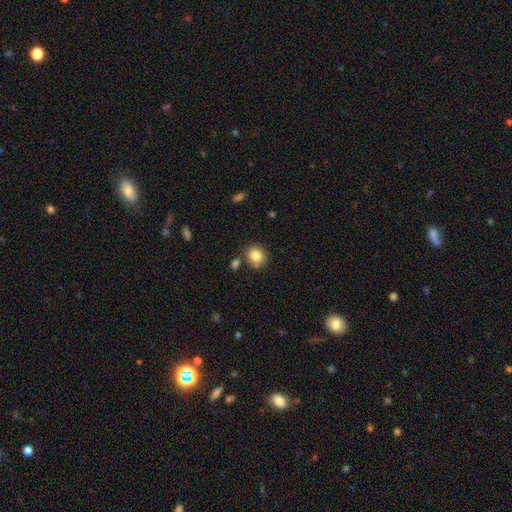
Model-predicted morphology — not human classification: Smooth or featured? Predicted: smooth (p=0.85). How rounded? Predicted: round (p=0.74). Merging? Predicted: none (p=0.79).